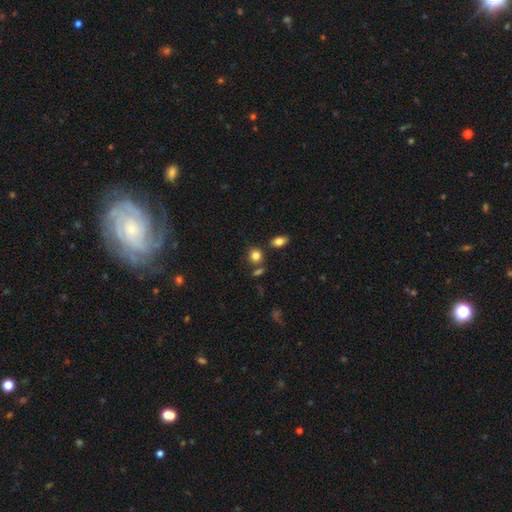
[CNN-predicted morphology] smooth_or_featured: smooth (p=0.83) [alt: star or artifact p=0.11]
how_rounded: round (p=0.74) [alt: in between p=0.24]
merging: none (p=0.72) [alt: merger p=0.13]